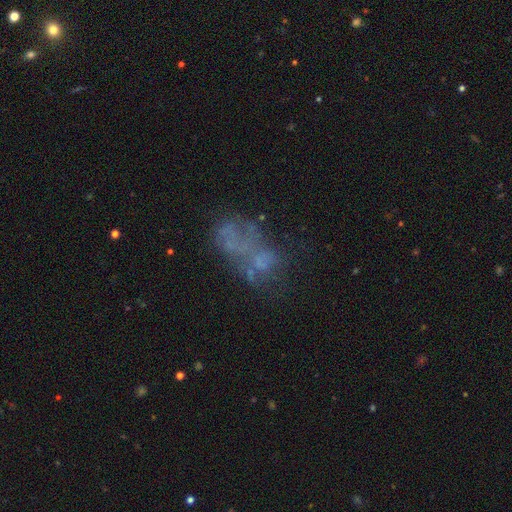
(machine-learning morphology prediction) A featured or disk galaxy (49%).

Vote fractions:
- Smooth or featured? featured or disk: 49% / smooth: 28% / star or artifact: 23%
- Merging? none: 38% / major disturbance: 25% / merger: 21% / minor disturbance: 16%